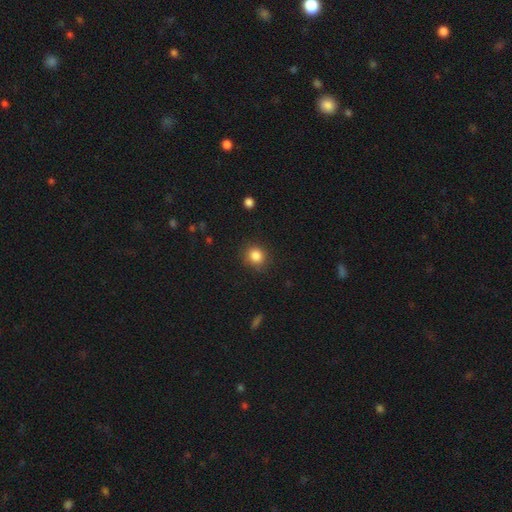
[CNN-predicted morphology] This is clearly a smooth galaxy (85%). How rounded: clearly round (84%). Merging: clearly none (85%).